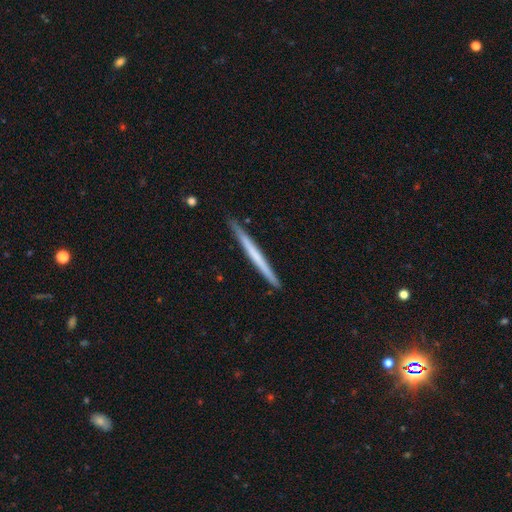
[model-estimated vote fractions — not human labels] smooth 48%, featured or disk 47%, star or artifact 5%. Down the decision tree: merging — none (90%).